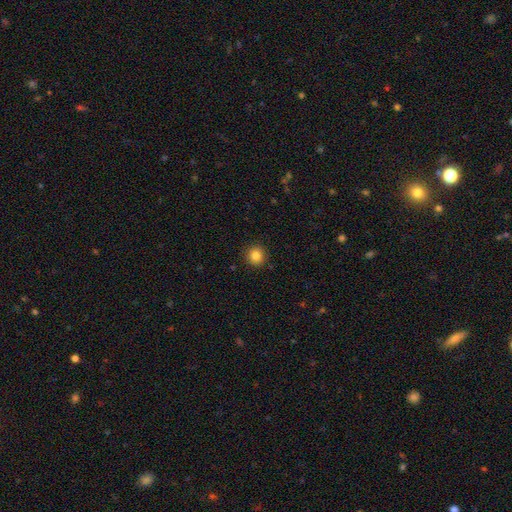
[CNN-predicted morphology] smooth-or-featured: smooth: 84% | star or artifact: 11% | featured or disk: 5%
  how-rounded: round: 91% | in between: 9% | cigar-shaped: 1%
  merging: none: 91% | minor disturbance: 6% | major disturbance: 2% | merger: 1%